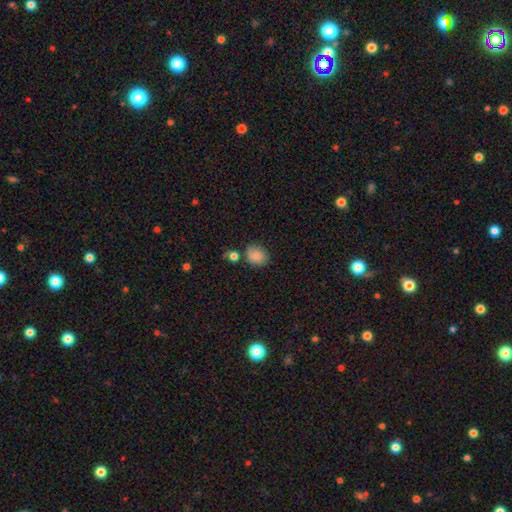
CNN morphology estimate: type=smooth (84%); roundness=round (59%); merging=none (68%).